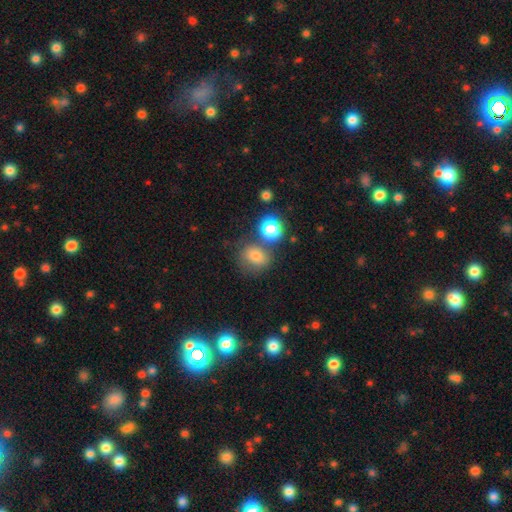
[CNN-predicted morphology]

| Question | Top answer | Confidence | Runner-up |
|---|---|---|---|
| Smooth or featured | smooth | 74% | star or artifact (15%) |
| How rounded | round | 64% | in between (35%) |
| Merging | none | 54% | merger (24%) |